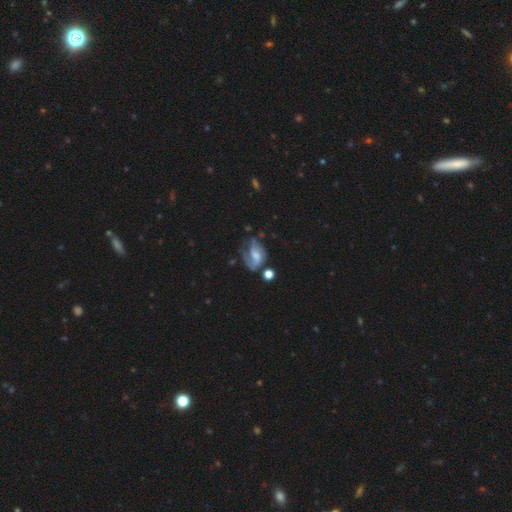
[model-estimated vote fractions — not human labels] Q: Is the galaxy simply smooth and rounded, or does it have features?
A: featured or disk — 66%.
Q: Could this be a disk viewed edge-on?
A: no — 97%.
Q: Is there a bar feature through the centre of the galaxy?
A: no — 46%.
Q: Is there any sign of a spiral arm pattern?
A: yes — 83%.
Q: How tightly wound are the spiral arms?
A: medium — 43%.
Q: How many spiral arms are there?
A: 2 — 46%.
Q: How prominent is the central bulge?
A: moderate — 38%.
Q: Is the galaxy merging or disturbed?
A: none — 38%.